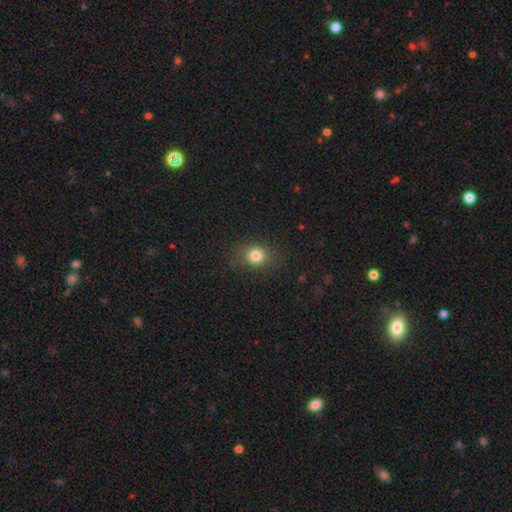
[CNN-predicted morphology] A smooth galaxy with no disk features (80%) that is round (68%). Merging: none (82%).